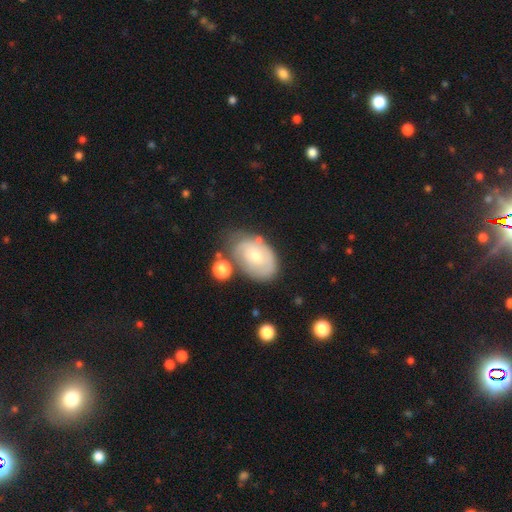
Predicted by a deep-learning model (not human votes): This is possibly a featured or disk galaxy (50%). It is clearly not viewed edge-on (95%). Merging: possibly none (55%).